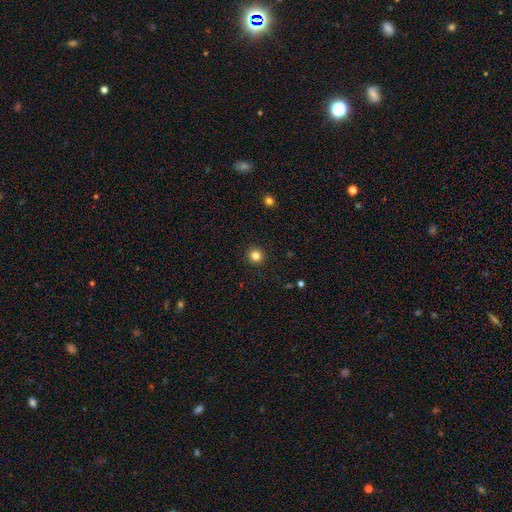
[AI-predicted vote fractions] This is clearly a smooth galaxy (83%). How rounded: clearly round (95%). Merging: clearly none (92%).